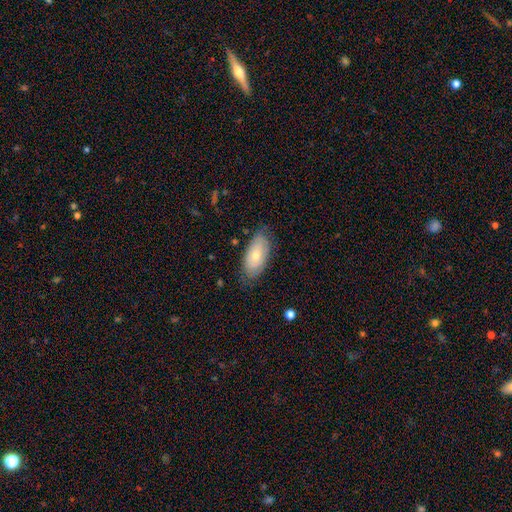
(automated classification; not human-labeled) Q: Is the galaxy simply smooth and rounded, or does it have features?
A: smooth — 61%.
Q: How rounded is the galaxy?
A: in between — 92%.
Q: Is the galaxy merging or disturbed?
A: none — 74%.